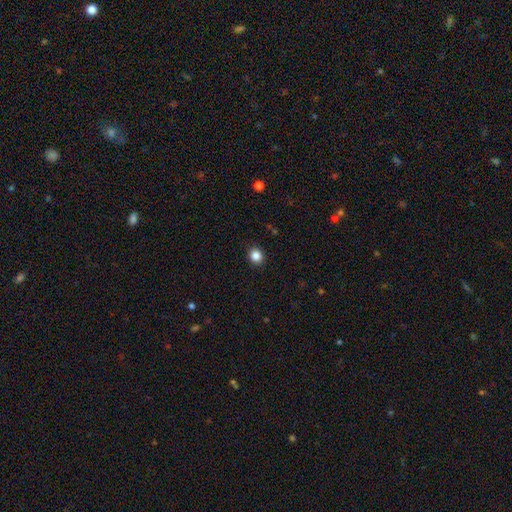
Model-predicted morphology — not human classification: Smooth or featured: smooth — 85% (star or artifact — 11%)
How rounded: round — 85% (in between — 14%)
Merging: none — 92% (minor disturbance — 5%)